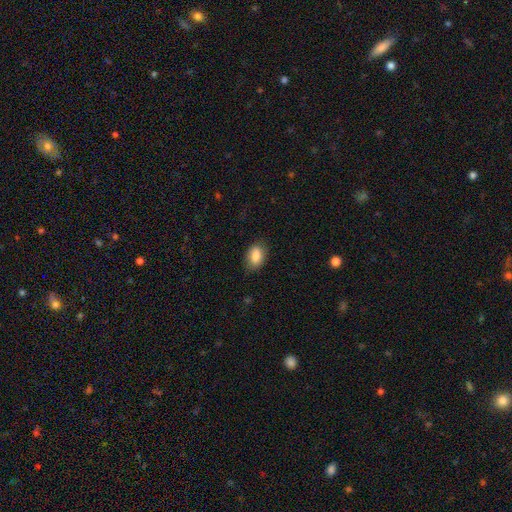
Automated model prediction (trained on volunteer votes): Smooth or featured: smooth — 85% (featured or disk — 8%)
How rounded: in between — 87% (round — 11%)
Merging: none — 81% (minor disturbance — 14%)